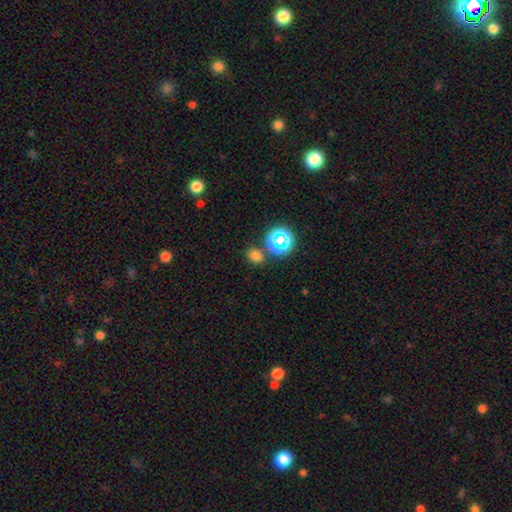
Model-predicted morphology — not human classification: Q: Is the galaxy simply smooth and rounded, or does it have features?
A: smooth — 70%.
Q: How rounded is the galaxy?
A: round — 52%.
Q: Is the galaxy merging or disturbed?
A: none — 77%.